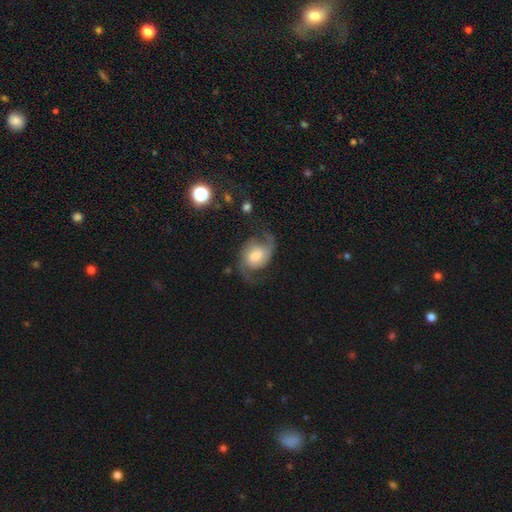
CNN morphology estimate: featured or disk 81%, smooth 12%, star or artifact 7%. Down the decision tree: edge-on disk — no (97%); bar — no (48%); spiral arms — yes (96%); spiral arm count — 2 (91%); spiral winding — loose (46%); bulge size — moderate (60%); merging — none (68%).